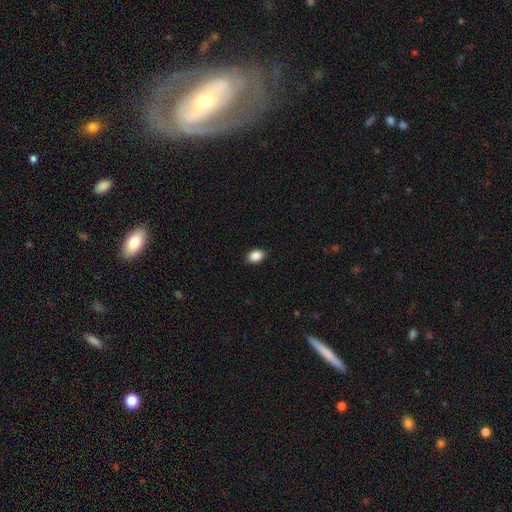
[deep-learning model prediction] Morphology: type=smooth (89%); roundness=in between (80%); merging=none (87%).